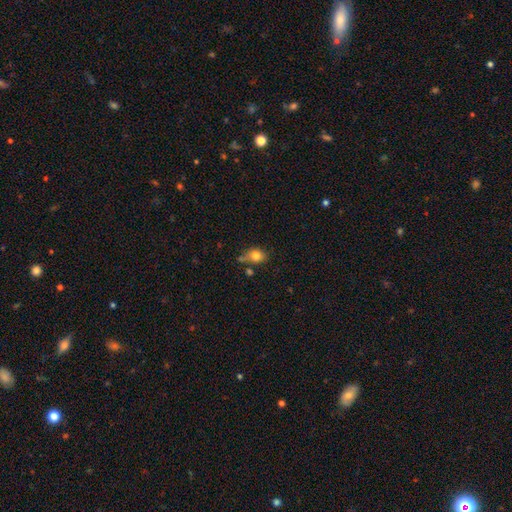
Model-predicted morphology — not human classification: smooth-or-featured: smooth: 80% | star or artifact: 10% | featured or disk: 10%
  how-rounded: in between: 52% | round: 47% | cigar-shaped: 2%
  merging: none: 53% | minor disturbance: 24% | merger: 15% | major disturbance: 8%